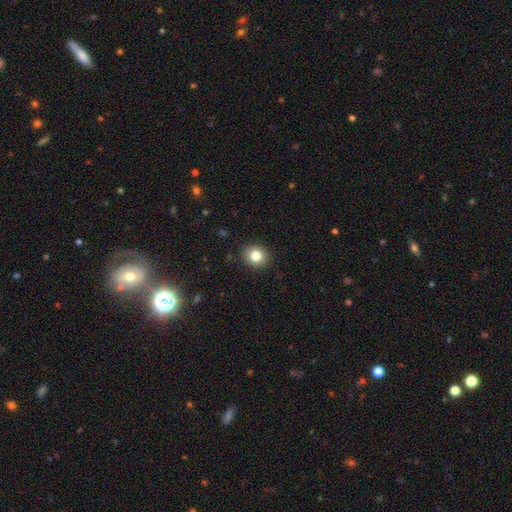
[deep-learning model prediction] Morphology: type=smooth (81%); roundness=round (83%); merging=none (91%).